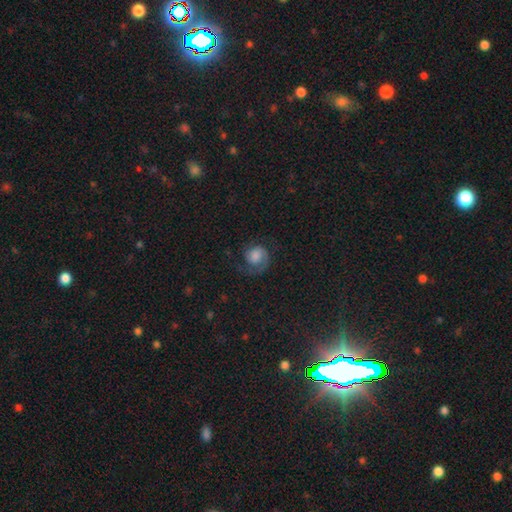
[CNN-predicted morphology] smooth_or_featured: featured or disk (p=0.61) [alt: smooth p=0.29]
disk_edge_on: no (p=0.98) [alt: yes p=0.02]
bar: no (p=0.70) [alt: weak p=0.26]
has_spiral_arms: yes (p=0.93) [alt: no p=0.07]
spiral_winding: medium (p=0.42) [alt: tight p=0.35]
spiral_arm_count: 2 (p=0.47) [alt: 1 p=0.44]
bulge_size: large (p=0.30) [alt: moderate p=0.24]
merging: none (p=0.62) [alt: major disturbance p=0.19]